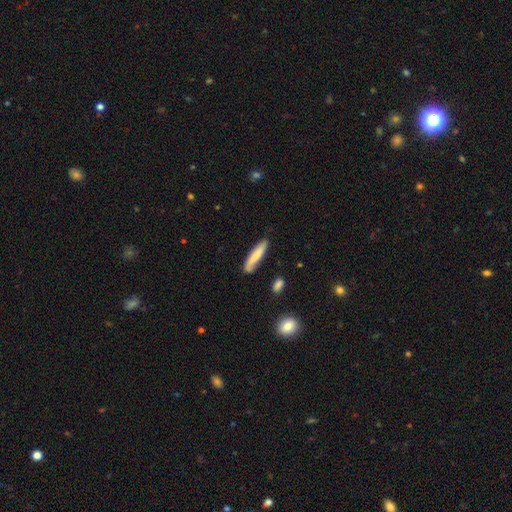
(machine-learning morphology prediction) Q: Smooth or featured?
A: smooth (75%); runner-up: featured or disk (19%)
Q: How rounded?
A: cigar-shaped (82%); runner-up: in between (17%)
Q: Merging?
A: none (75%); runner-up: minor disturbance (18%)